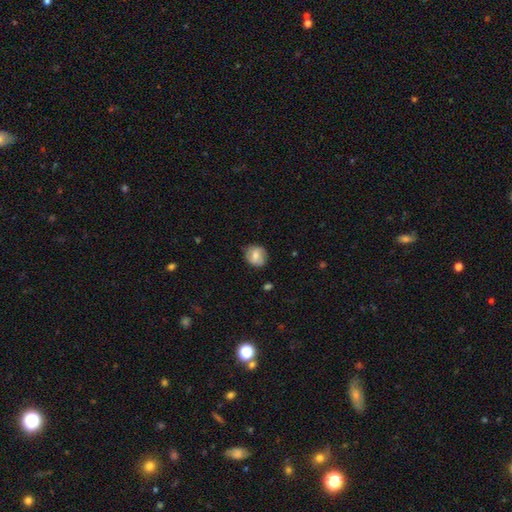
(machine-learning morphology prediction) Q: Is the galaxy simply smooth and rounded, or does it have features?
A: smooth — 69%.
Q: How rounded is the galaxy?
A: round — 75%.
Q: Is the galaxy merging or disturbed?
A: none — 78%.